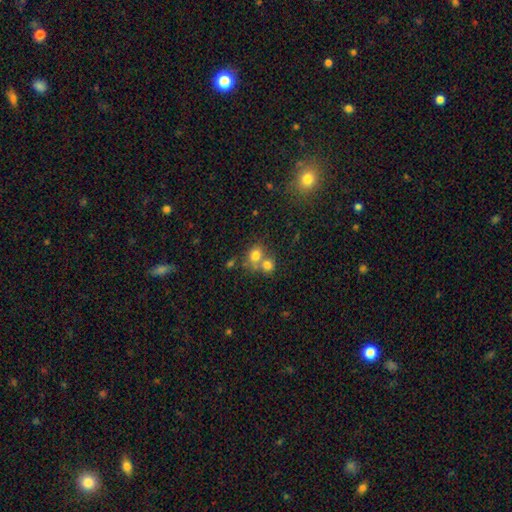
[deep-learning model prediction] Morphology: type=smooth (76%); roundness=round (66%); merging=merger (50%).